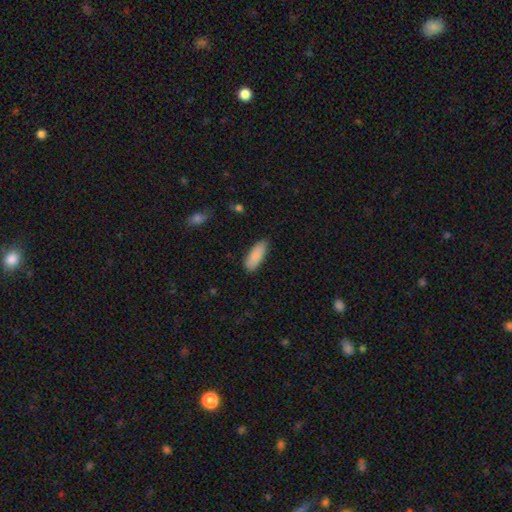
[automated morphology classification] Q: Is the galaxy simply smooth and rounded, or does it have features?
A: smooth — 88%.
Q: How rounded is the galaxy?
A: in between — 76%.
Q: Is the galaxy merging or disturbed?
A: none — 82%.